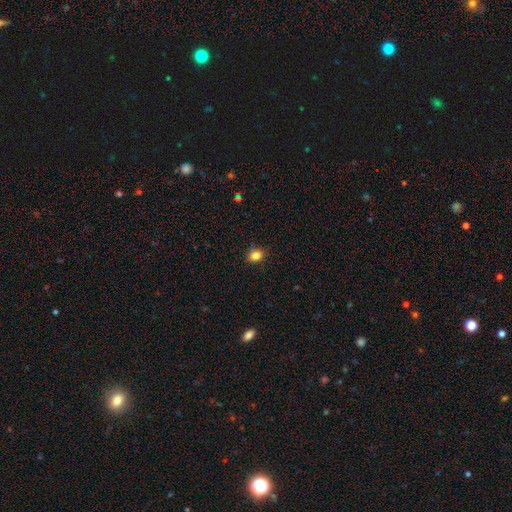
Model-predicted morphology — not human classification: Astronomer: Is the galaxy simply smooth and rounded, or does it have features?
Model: smooth — 83%.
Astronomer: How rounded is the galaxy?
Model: round — 54% (runner-up: in between, 44%).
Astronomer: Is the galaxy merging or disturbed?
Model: none — 83%.